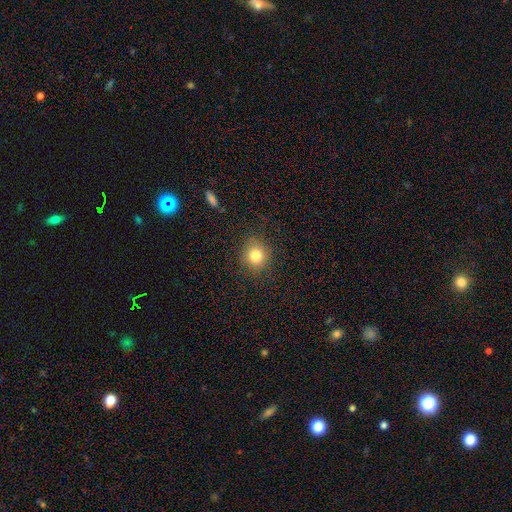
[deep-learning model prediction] This is clearly a smooth galaxy (81%). How rounded: clearly round (86%). Merging: clearly none (87%).